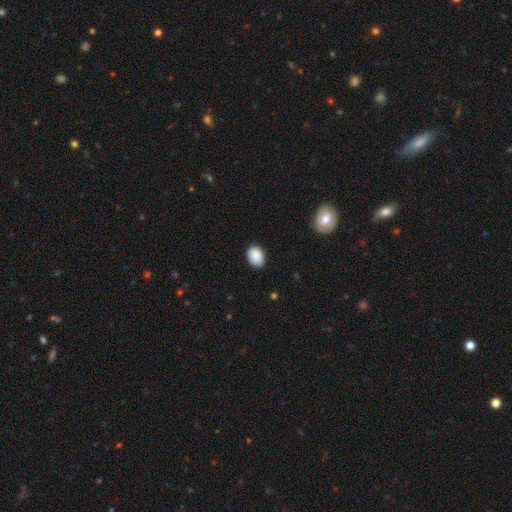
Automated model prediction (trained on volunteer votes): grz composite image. It shows a smooth galaxy with no disk features (89%) that is in between round and cigar-shaped (80%). Merging: none (86%).